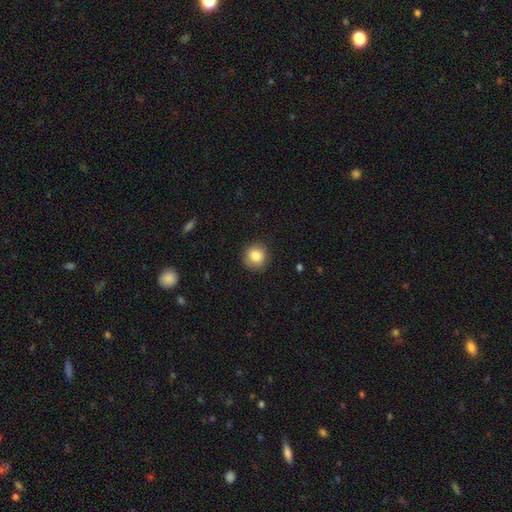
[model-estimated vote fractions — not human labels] A smooth galaxy with no disk features (85%) that is round (91%). Merging: none (86%).